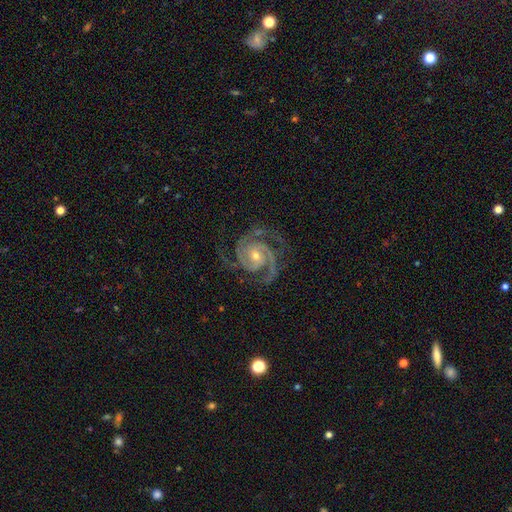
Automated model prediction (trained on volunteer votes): Morphology: type=featured or disk (94%); edge-on=no (98%); bar=no (64%); spiral arms=yes (99%); winding=tight (56%); arm count=2 (60%); bulge=small (54%); merging=none (78%).